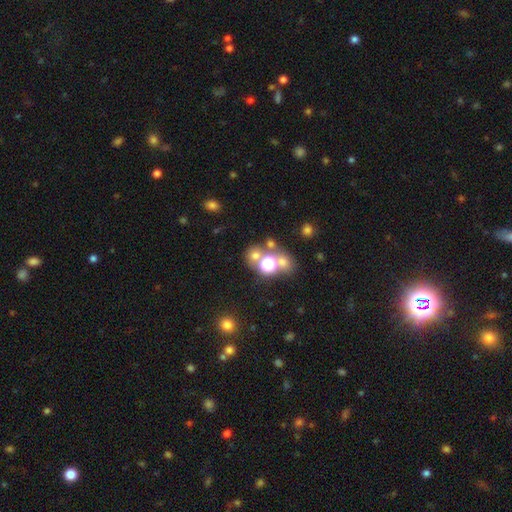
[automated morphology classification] Smooth or featured?
  - smooth: 58% *
  - star or artifact: 31%
  - featured or disk: 12%
How rounded?
  - round: 81% *
  - in between: 18%
  - cigar-shaped: 1%
Merging?
  - none: 57% *
  - merger: 29%
  - minor disturbance: 9%
  - major disturbance: 6%